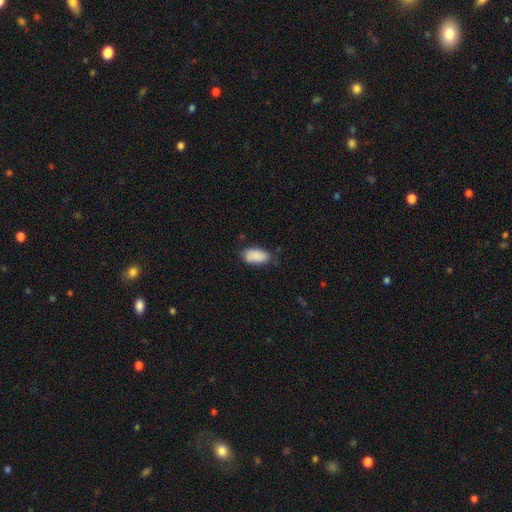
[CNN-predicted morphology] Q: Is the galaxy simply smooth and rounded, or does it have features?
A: smooth — 89%.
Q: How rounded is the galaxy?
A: in between — 94%.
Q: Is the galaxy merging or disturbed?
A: none — 73%.